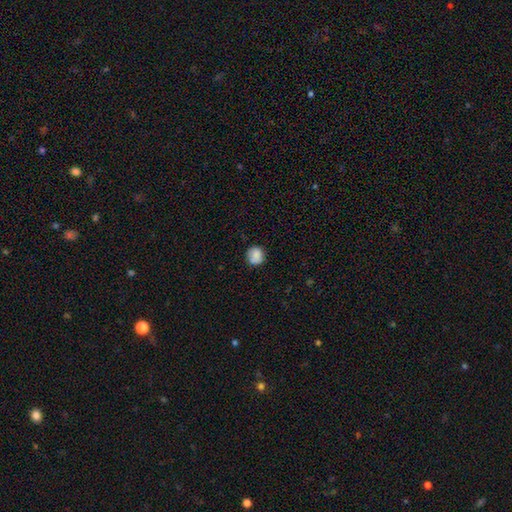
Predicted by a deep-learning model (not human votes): smooth 85%, star or artifact 9%, featured or disk 6%. Down the decision tree: how rounded — round (83%); merging — none (78%).